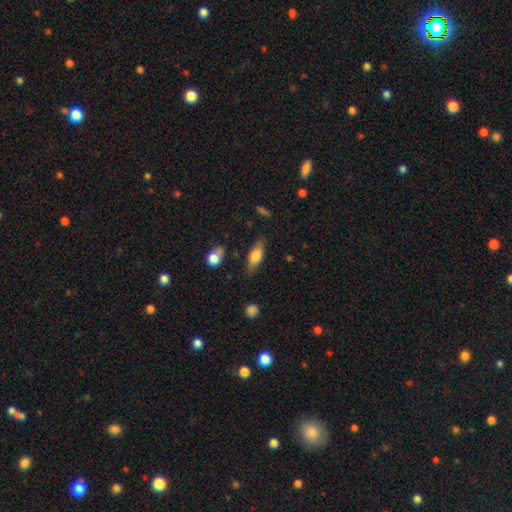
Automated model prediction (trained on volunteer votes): Q: Smooth or featured?
A: smooth (71%); runner-up: featured or disk (22%)
Q: How rounded?
A: in between (70%); runner-up: cigar-shaped (27%)
Q: Merging?
A: none (77%); runner-up: minor disturbance (17%)